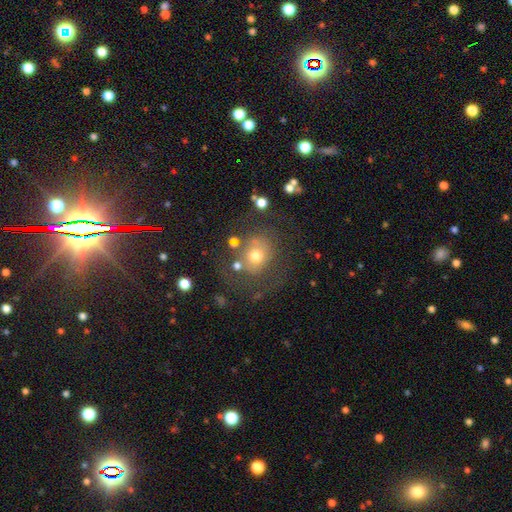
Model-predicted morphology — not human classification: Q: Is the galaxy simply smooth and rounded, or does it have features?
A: smooth — 61%.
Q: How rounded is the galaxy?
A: round — 74%.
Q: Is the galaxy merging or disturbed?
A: none — 58%.